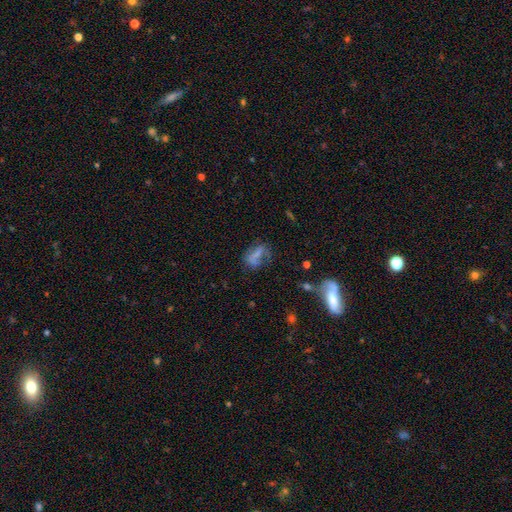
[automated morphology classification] smooth_or_featured: smooth (p=0.56) [alt: featured or disk p=0.28]
how_rounded: in between (p=0.74) [alt: round p=0.15]
merging: none (p=0.40) [alt: major disturbance p=0.28]